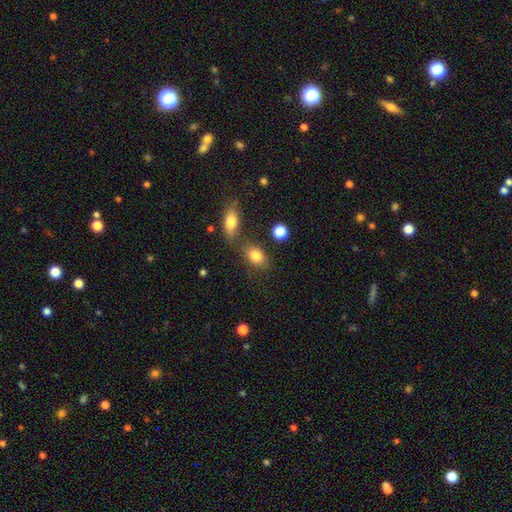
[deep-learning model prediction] A smooth galaxy with no disk features (81%) that is in between round and cigar-shaped (78%).

Vote fractions:
- Smooth or featured? smooth: 81% / featured or disk: 9% / star or artifact: 9%
- How rounded? in between: 78% / round: 19% / cigar-shaped: 2%
- Merging? none: 62% / merger: 20% / minor disturbance: 13% / major disturbance: 5%